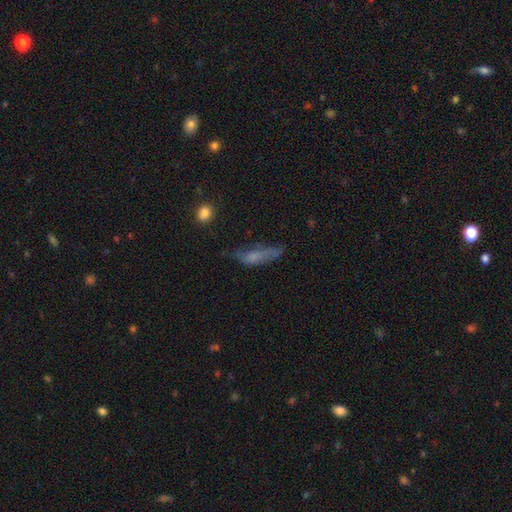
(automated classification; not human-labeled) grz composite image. It shows a smooth galaxy with no disk features (58%) that is cigar-shaped (60%). Merging: none (45%).